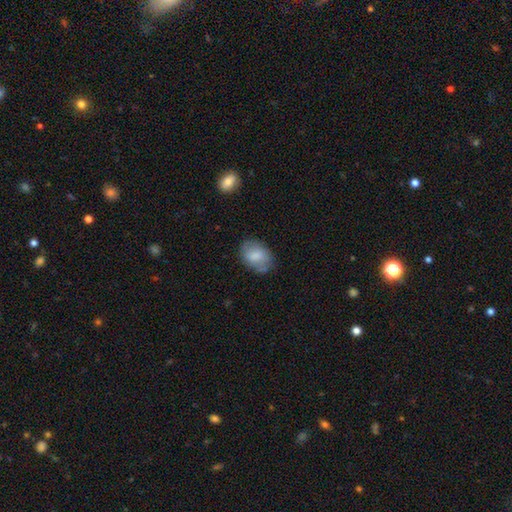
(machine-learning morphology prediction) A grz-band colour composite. It shows a smooth galaxy with no disk features (77%) that is in between round and cigar-shaped (77%). Merging: none (68%).